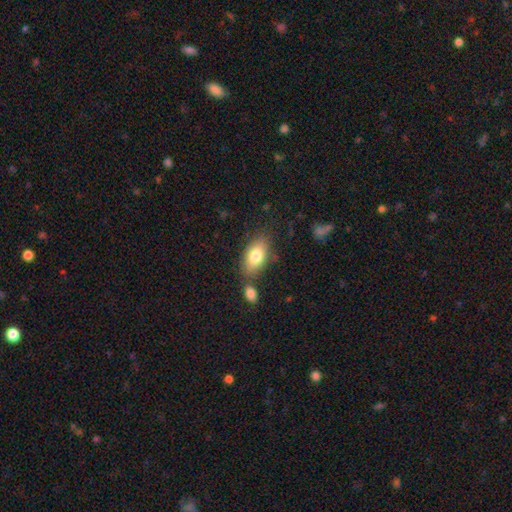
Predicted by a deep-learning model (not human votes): A smooth galaxy with no disk features (79%) that is in between round and cigar-shaped (91%). Merging: none (70%).